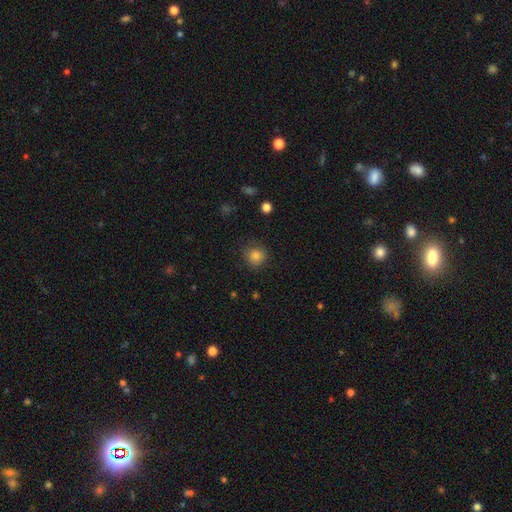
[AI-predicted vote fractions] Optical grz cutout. It shows a smooth galaxy with no disk features (82%) that is round (91%). Merging: none (84%).